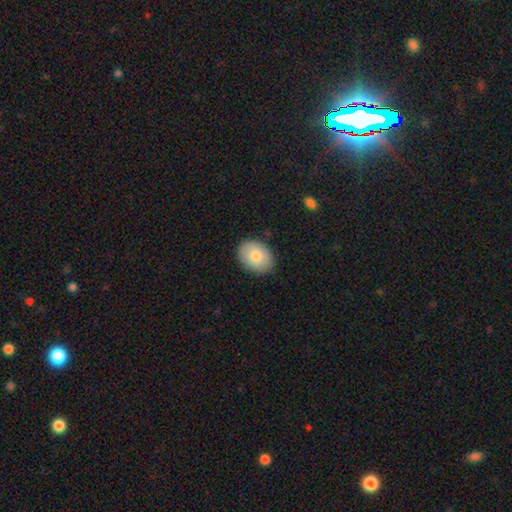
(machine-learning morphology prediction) type=smooth (82%); roundness=in between (72%); merging=none (86%).